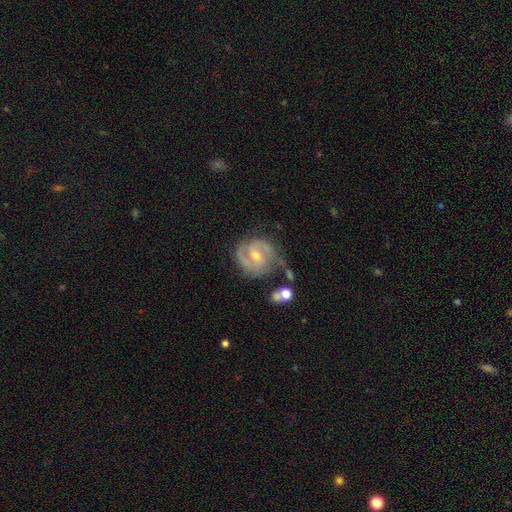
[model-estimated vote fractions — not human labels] Overall: featured or disk (86%). Edge-on disk: no (98%). Bar: no (43%, tied with weak). Spiral arms: yes (95%). Spiral arm count: 2 (64%). Spiral winding: tight (50%; medium 40%). Bulge size: moderate (52%; small 45%). Merging: none (62%; minor disturbance 23%).